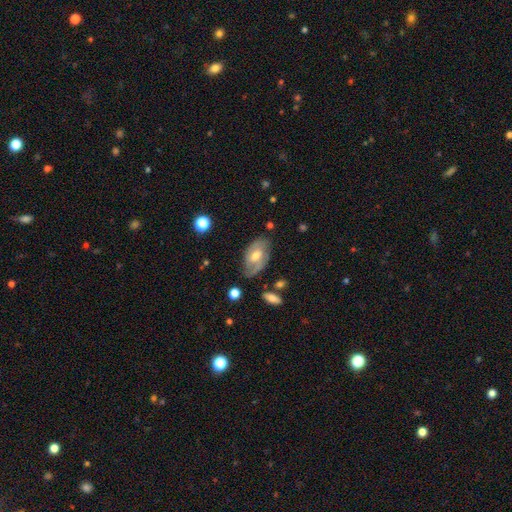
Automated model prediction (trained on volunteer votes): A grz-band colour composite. It shows a featured or disk galaxy (59%) with a weak bar (46%), spiral arms (72%) and a moderate central bulge (65%). Merging: none (63%).